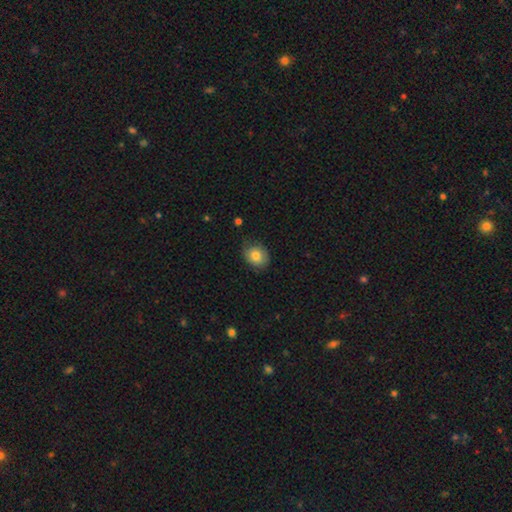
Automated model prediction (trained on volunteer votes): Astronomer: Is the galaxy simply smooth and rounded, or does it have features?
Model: smooth — 79%.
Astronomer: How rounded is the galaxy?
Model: round — 54% (runner-up: in between, 45%).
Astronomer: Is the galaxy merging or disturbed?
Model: none — 72%.